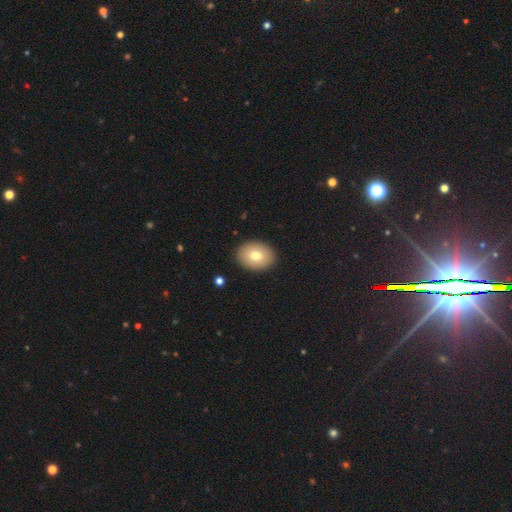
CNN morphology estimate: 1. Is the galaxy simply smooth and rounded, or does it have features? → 76% smooth, 15% featured or disk, 8% star or artifact.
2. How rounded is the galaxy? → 60% in between, 39% round, 1% cigar-shaped.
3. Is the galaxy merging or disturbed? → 90% none, 7% minor disturbance, 2% major disturbance, 1% merger.